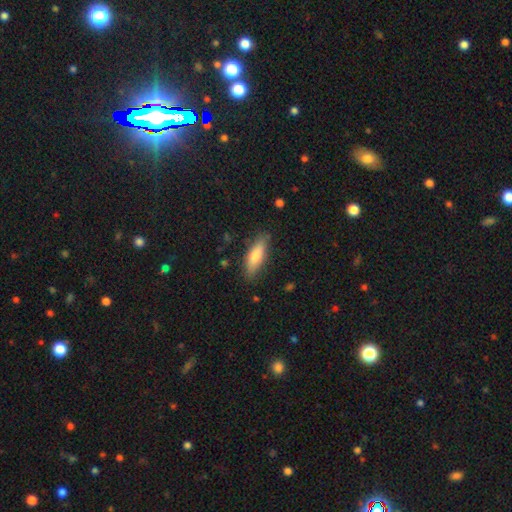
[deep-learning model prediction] Smooth or featured? smooth (72%)
How rounded? cigar-shaped (50%)
Merging? none (83%)